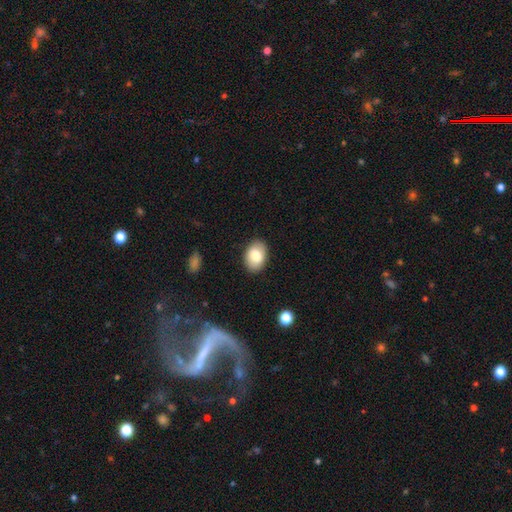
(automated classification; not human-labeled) The model was most divided on "smooth or featured": smooth: 80%, featured or disk: 13%, star or artifact: 7%. More confident: merging — none (87%); how rounded — in between (83%).